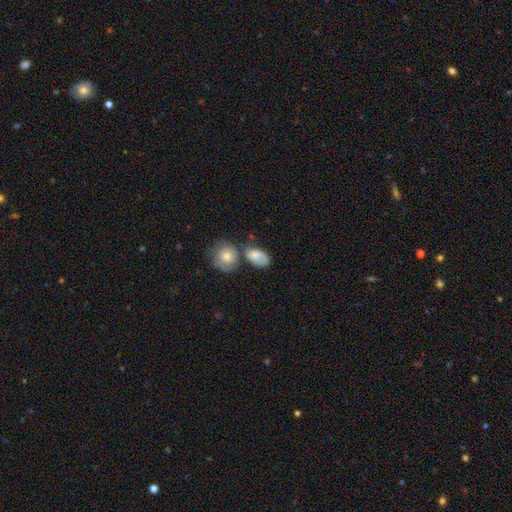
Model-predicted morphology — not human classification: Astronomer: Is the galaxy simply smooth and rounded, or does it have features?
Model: smooth — 71%.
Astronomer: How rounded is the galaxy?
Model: in between — 78%.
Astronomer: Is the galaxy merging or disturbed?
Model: none — 35% (runner-up: merger, 33%).